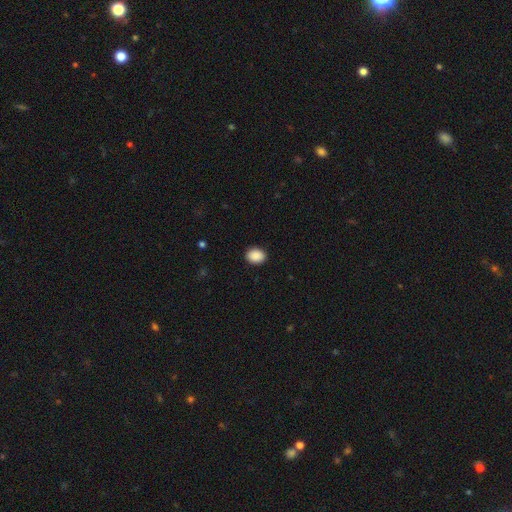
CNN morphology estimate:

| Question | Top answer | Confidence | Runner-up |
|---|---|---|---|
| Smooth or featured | smooth | 90% | star or artifact (7%) |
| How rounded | in between | 62% | round (37%) |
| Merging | none | 90% | minor disturbance (7%) |